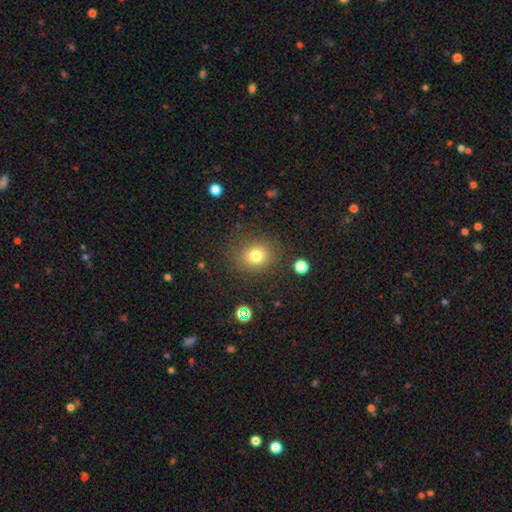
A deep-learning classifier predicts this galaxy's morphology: This appears to be a smooth galaxy with no disk features (76%) that is round (78%). Merging: none (85%).